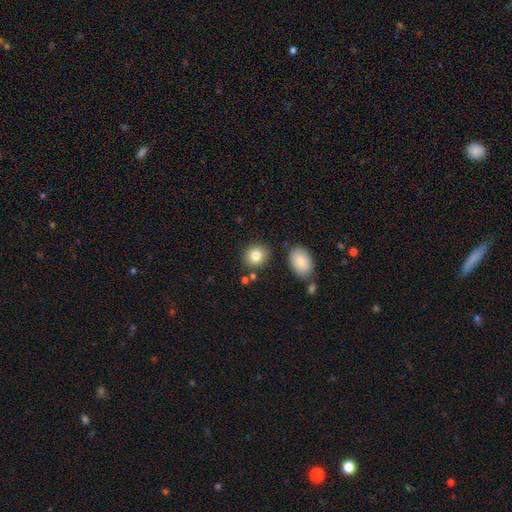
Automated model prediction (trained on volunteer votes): A smooth galaxy with no disk features (82%) that is round (74%).

Vote fractions:
- Smooth or featured? smooth: 82% / star or artifact: 9% / featured or disk: 8%
- How rounded? round: 74% / in between: 25% / cigar-shaped: 1%
- Merging? none: 81% / minor disturbance: 10% / merger: 6% / major disturbance: 3%